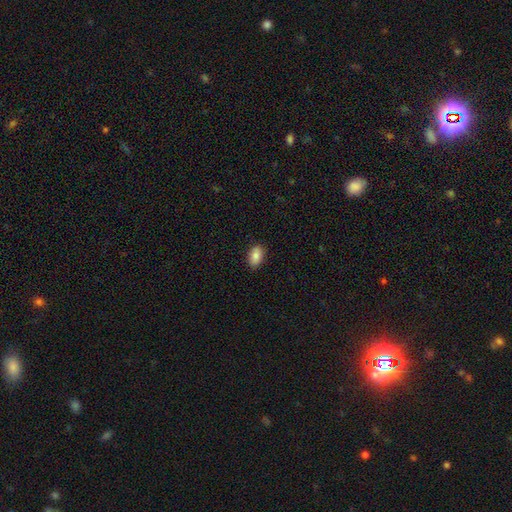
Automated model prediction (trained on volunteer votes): smooth-or-featured: smooth: 85% | featured or disk: 8% | star or artifact: 7%
  how-rounded: in between: 91% | round: 8% | cigar-shaped: 2%
  merging: none: 88% | minor disturbance: 9% | major disturbance: 2% | merger: 1%